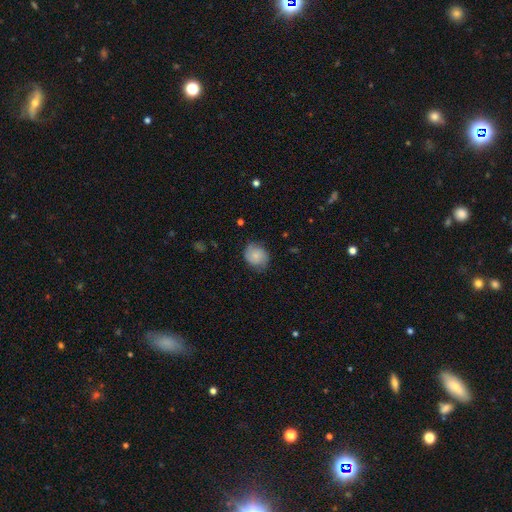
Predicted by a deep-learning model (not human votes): Smooth or featured: smooth — 66% (featured or disk — 26%)
How rounded: round — 73% (in between — 26%)
Merging: none — 71% (minor disturbance — 22%)